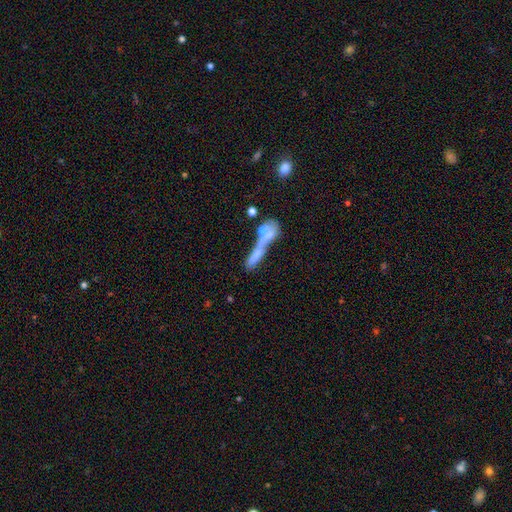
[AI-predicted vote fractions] Smooth or featured? Predicted: smooth (p=0.58). How rounded? Predicted: cigar-shaped (p=0.67). Merging? Predicted: merger (p=0.60).